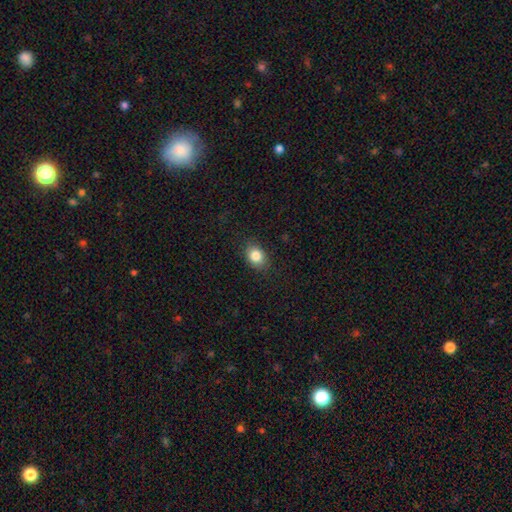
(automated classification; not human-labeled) smooth-or-featured: smooth: 84% | star or artifact: 9% | featured or disk: 7%
  how-rounded: in between: 60% | round: 39% | cigar-shaped: 1%
  merging: none: 84% | minor disturbance: 12% | major disturbance: 3% | merger: 1%